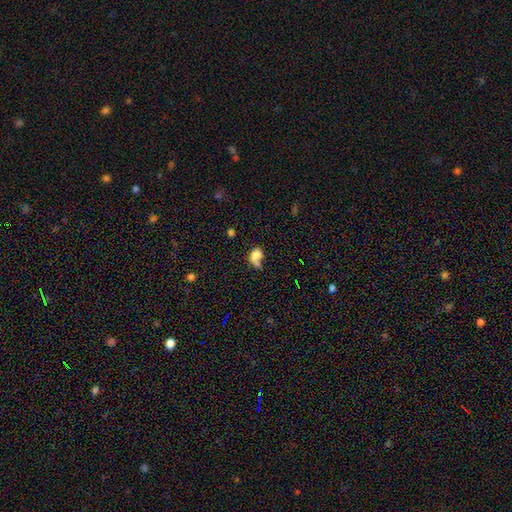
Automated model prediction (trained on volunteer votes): Q: Smooth or featured?
A: smooth (77%); runner-up: featured or disk (11%)
Q: How rounded?
A: in between (67%); runner-up: round (31%)
Q: Merging?
A: merger (34%); runner-up: none (30%)